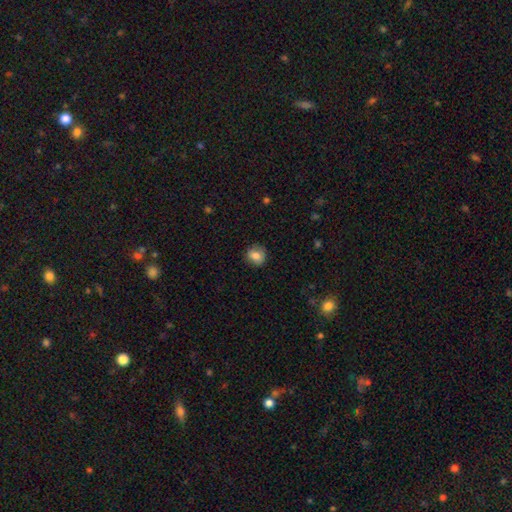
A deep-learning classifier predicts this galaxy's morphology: smooth-or-featured: smooth: 81% | featured or disk: 10% | star or artifact: 9%
  how-rounded: round: 76% | in between: 23% | cigar-shaped: 1%
  merging: none: 84% | minor disturbance: 12% | major disturbance: 3% | merger: 1%